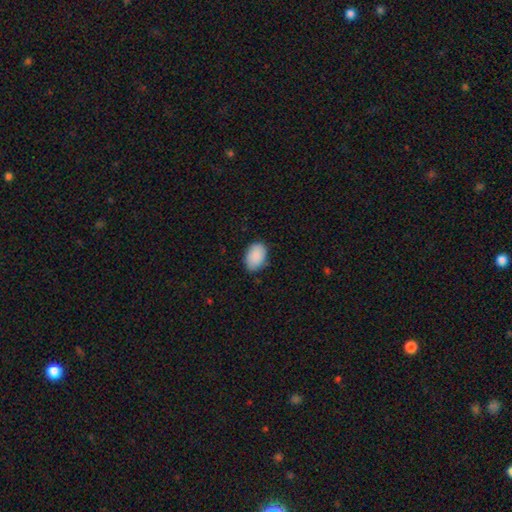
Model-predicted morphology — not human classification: Smooth or featured? smooth (90%)
How rounded? in between (87%)
Merging? none (80%)